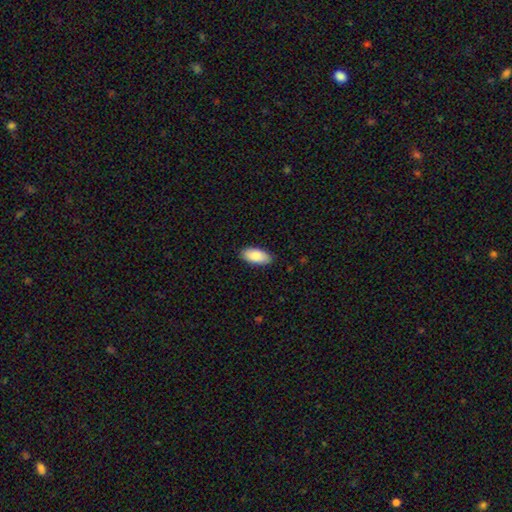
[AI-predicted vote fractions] smooth 88%, featured or disk 6%, star or artifact 6%. Down the decision tree: how rounded — in between (93%); merging — none (88%).